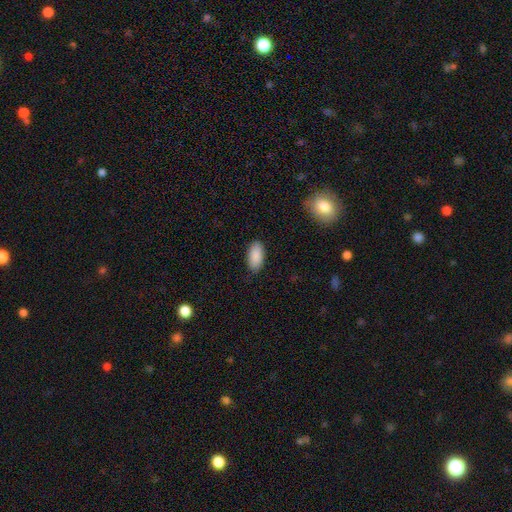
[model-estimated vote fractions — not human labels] Q: Smooth or featured?
A: smooth (89%); runner-up: star or artifact (6%)
Q: How rounded?
A: in between (94%); runner-up: cigar-shaped (4%)
Q: Merging?
A: none (87%); runner-up: minor disturbance (10%)